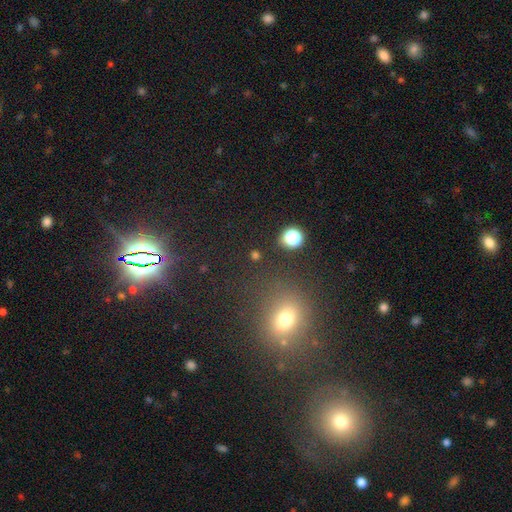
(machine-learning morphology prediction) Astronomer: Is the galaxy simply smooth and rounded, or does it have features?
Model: smooth — 48% (runner-up: star or artifact, 44%).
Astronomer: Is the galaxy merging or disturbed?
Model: none — 80%.